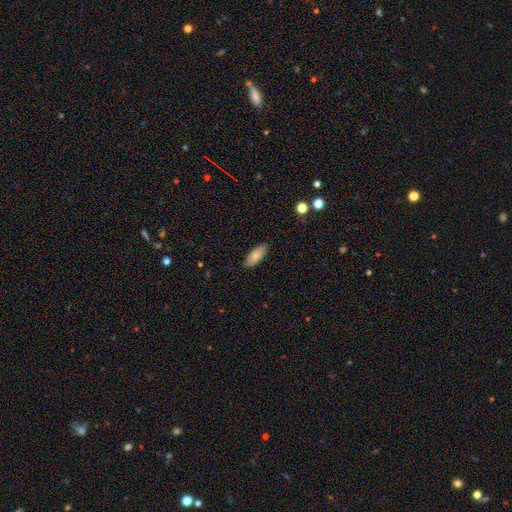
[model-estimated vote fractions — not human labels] This appears to be a smooth galaxy with no disk features (81%) that is in between round and cigar-shaped (80%). Merging: none (88%).